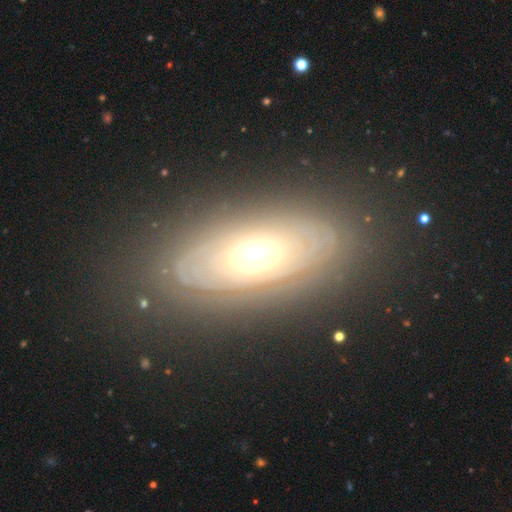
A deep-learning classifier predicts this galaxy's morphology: Smooth or featured: featured or disk — 74% (smooth — 19%)
Edge-on disk: no — 84% (yes — 16%)
Bar: no — 86% (weak — 10%)
Spiral arms: yes — 64% (no — 36%)
Bulge size: moderate — 66% (large — 18%)
Merging: none — 81% (minor disturbance — 12%)